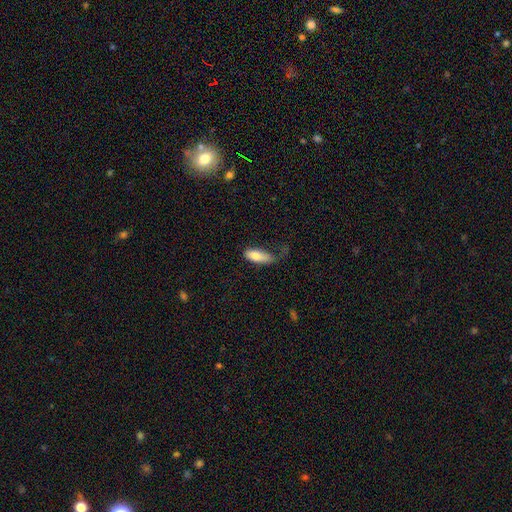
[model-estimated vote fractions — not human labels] Smooth or featured: smooth — 79% (featured or disk — 14%)
How rounded: in between — 78% (cigar-shaped — 19%)
Merging: major disturbance — 33% (none — 32%)